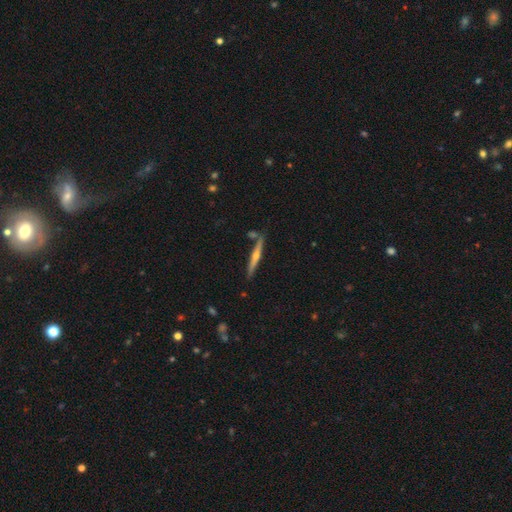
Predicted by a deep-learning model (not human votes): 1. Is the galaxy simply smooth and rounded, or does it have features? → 70% featured or disk, 24% smooth, 6% star or artifact.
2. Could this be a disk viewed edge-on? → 98% yes, 2% no.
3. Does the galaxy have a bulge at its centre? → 89% rounded, 9% none, 3% boxy.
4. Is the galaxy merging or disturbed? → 84% none, 9% minor disturbance, 5% merger, 2% major disturbance.